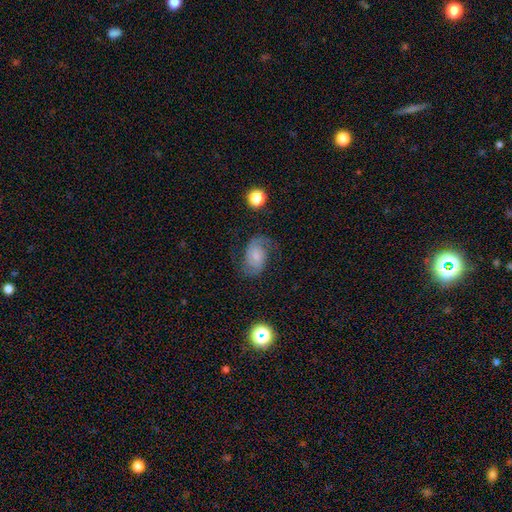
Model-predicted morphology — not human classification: Smooth or featured? Predicted: featured or disk (p=0.67). Edge-on disk? Predicted: no (p=0.97). Bar? Predicted: no (p=0.50). Spiral arms? Predicted: yes (p=0.92). Spiral winding? Predicted: medium (p=0.48). Spiral arm count? Predicted: 2 (p=0.85). Bulge size? Predicted: small (p=0.45). Merging? Predicted: none (p=0.64).